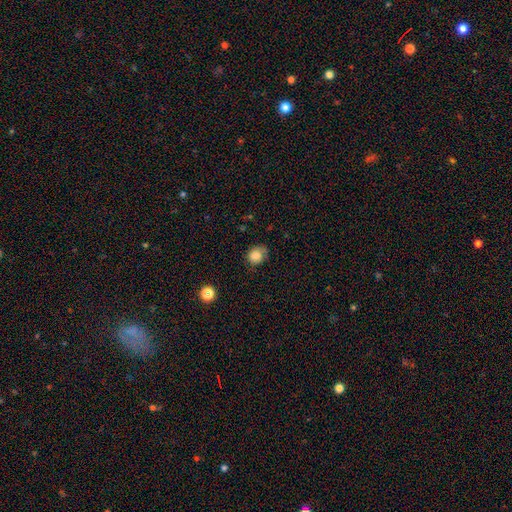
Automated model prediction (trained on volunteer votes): smooth 80%, star or artifact 11%, featured or disk 9%. Down the decision tree: how rounded — round (64%); merging — none (64%).